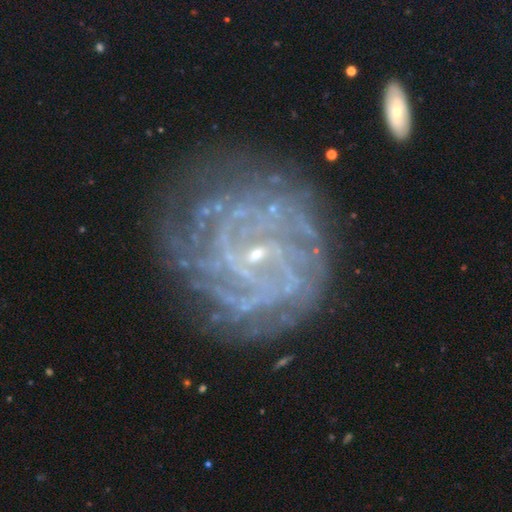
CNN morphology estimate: Smooth or featured: featured or disk — 88% (star or artifact — 7%)
Edge-on disk: no — 97% (yes — 3%)
Bar: no — 44% (weak — 41%)
Spiral arms: yes — 96% (no — 4%)
Spiral winding: tight — 75% (medium — 20%)
Spiral arm count: can't tell — 28% (more than 4 — 20%)
Bulge size: small — 85% (moderate — 8%)
Merging: none — 73% (minor disturbance — 17%)